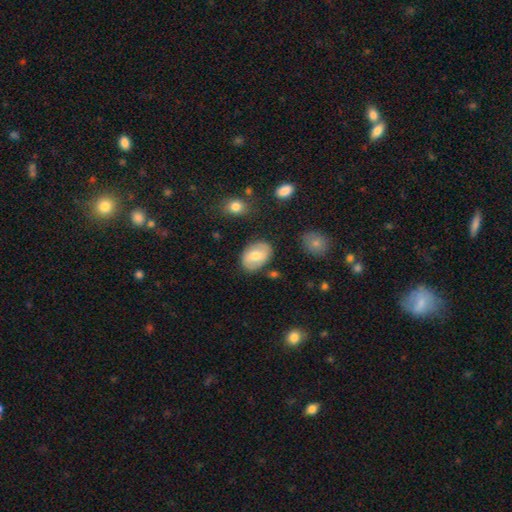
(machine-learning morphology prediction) smooth_or_featured: smooth (p=0.65) [alt: featured or disk p=0.29]
how_rounded: in between (p=0.81) [alt: round p=0.18]
merging: none (p=0.79) [alt: minor disturbance p=0.14]